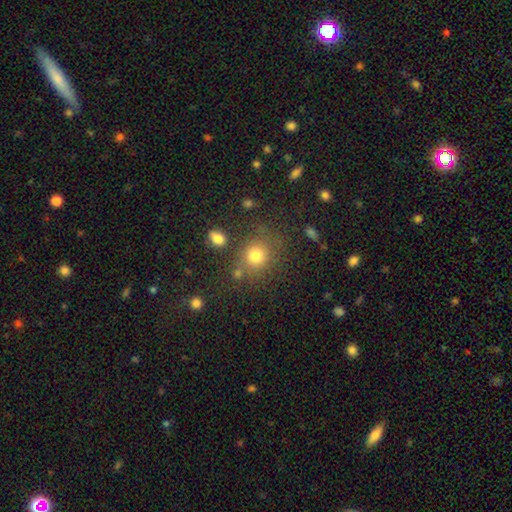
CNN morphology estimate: Smooth or featured? Predicted: smooth (p=0.76). How rounded? Predicted: round (p=0.80). Merging? Predicted: none (p=0.72).